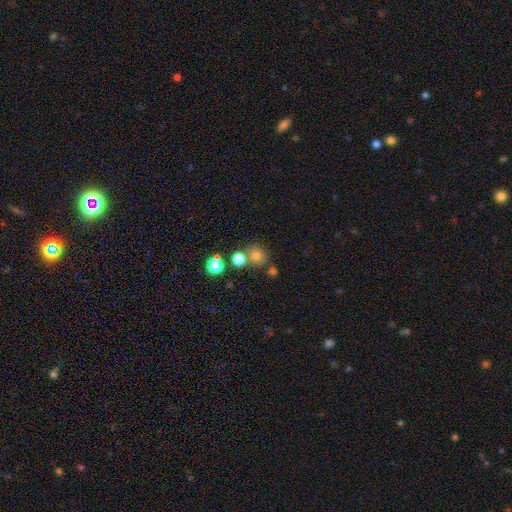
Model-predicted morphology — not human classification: Q: Smooth or featured?
A: smooth (71%); runner-up: star or artifact (18%)
Q: How rounded?
A: round (80%); runner-up: in between (19%)
Q: Merging?
A: none (64%); runner-up: merger (20%)